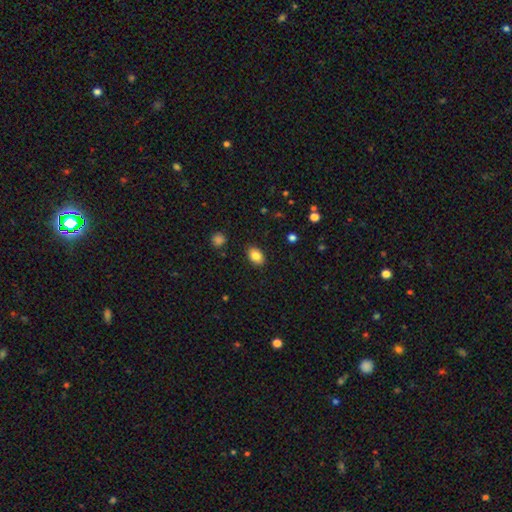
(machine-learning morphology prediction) type=smooth (84%); roundness=in between (84%); merging=none (88%).